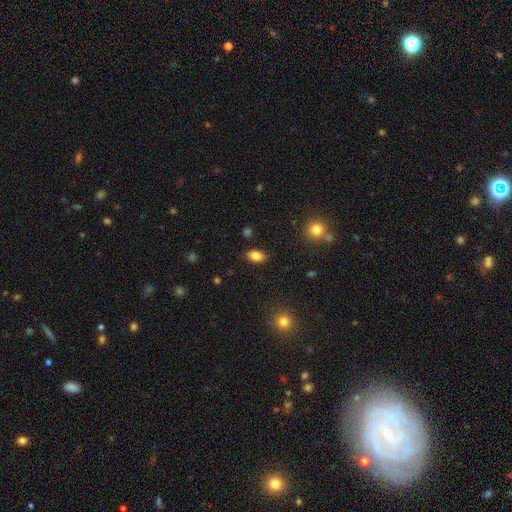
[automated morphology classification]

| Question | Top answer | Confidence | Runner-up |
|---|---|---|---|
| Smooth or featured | smooth | 84% | star or artifact (10%) |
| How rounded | in between | 87% | round (11%) |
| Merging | none | 85% | minor disturbance (11%) |